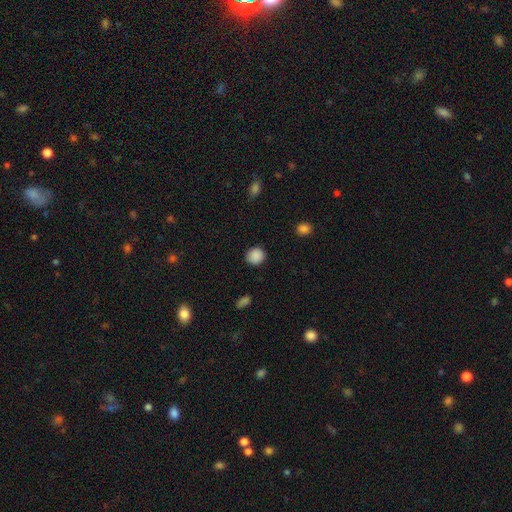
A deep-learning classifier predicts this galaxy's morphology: A smooth galaxy with no disk features (88%) that is round (88%). Merging: none (88%).